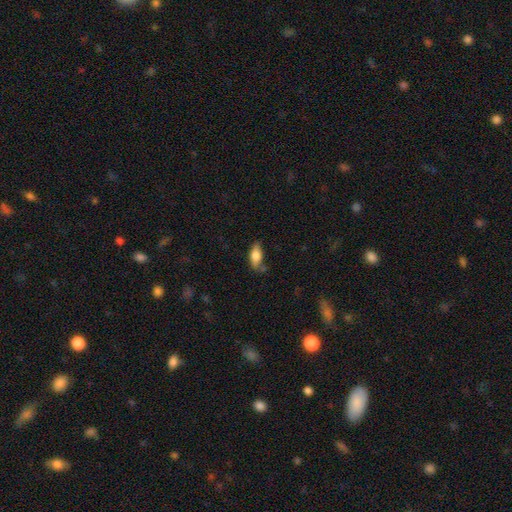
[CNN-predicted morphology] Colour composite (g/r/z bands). It shows a smooth galaxy with no disk features (73%) that is in between round and cigar-shaped (80%). Merging: none (54%).